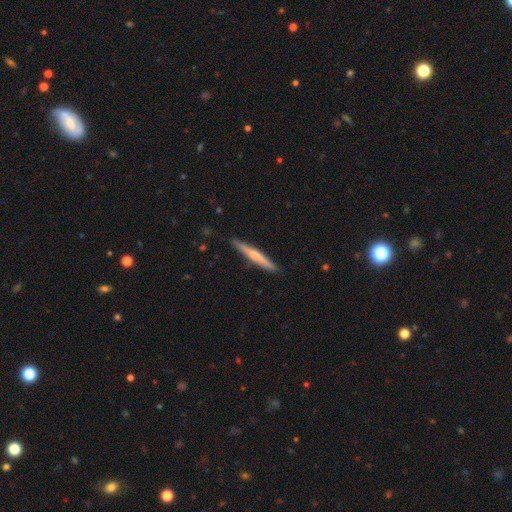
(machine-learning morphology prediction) Smooth or featured?
  - smooth: 50% *
  - featured or disk: 45%
  - star or artifact: 5%
Merging?
  - none: 88% *
  - minor disturbance: 9%
  - major disturbance: 1%
  - merger: 1%